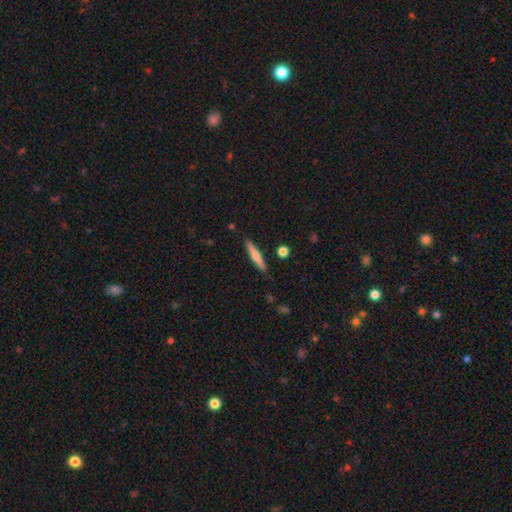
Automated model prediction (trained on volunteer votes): smooth_or_featured: smooth (p=0.54) [alt: featured or disk p=0.39]
how_rounded: cigar-shaped (p=0.91) [alt: in between p=0.08]
merging: none (p=0.89) [alt: minor disturbance p=0.08]